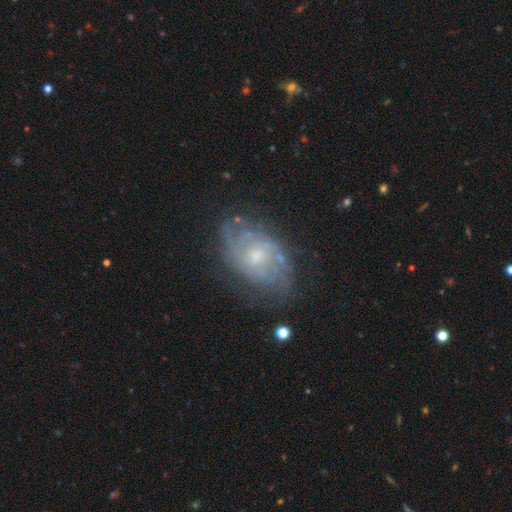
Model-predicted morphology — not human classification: The model was most divided on "spiral winding": tight: 45%, medium: 38%, loose: 18%. Remaining: edge-on disk — no (95%); spiral arms — yes (78%); smooth or featured — featured or disk (72%); merging — none (68%); bar — no (64%); bulge size — small (51%); spiral arm count — can't tell (48%).